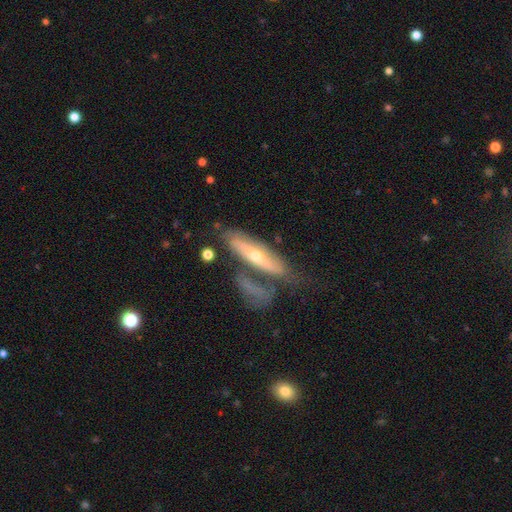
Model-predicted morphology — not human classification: featured or disk 61%, smooth 32%, star or artifact 6%. Down the decision tree: edge-on disk — no (53%); merging — none (43%).